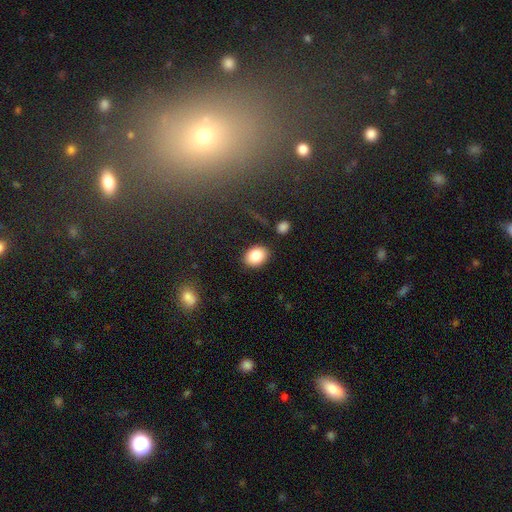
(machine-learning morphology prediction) Smooth or featured: smooth — 85% (star or artifact — 8%)
How rounded: in between — 72% (round — 27%)
Merging: none — 85% (minor disturbance — 10%)